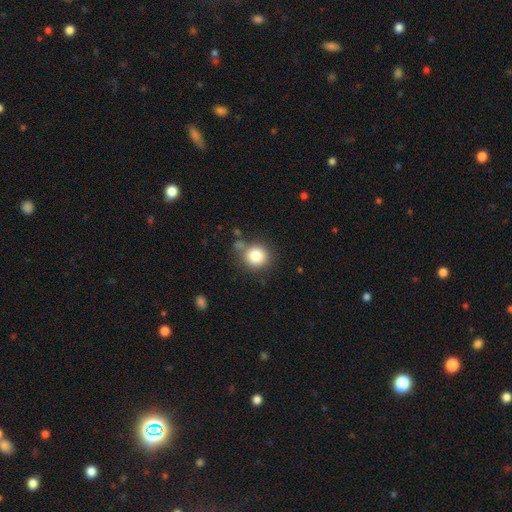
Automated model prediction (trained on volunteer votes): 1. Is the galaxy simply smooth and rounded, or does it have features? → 82% smooth, 10% star or artifact, 7% featured or disk.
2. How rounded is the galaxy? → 89% round, 10% in between, 1% cigar-shaped.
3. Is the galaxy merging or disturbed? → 72% none, 14% minor disturbance, 9% merger, 5% major disturbance.